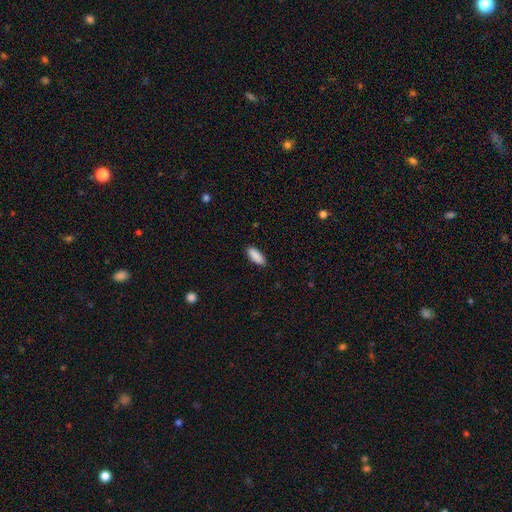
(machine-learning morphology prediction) Smooth or featured? Predicted: smooth (p=0.91). How rounded? Predicted: in between (p=0.75). Merging? Predicted: none (p=0.89).